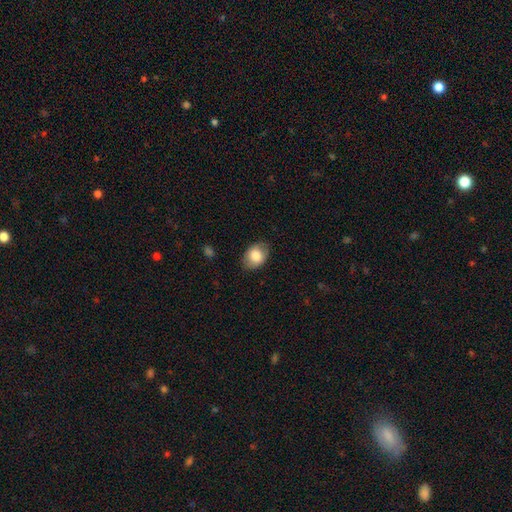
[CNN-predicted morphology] Smooth or featured: smooth — 82% (featured or disk — 11%)
How rounded: in between — 75% (round — 24%)
Merging: none — 82% (minor disturbance — 14%)